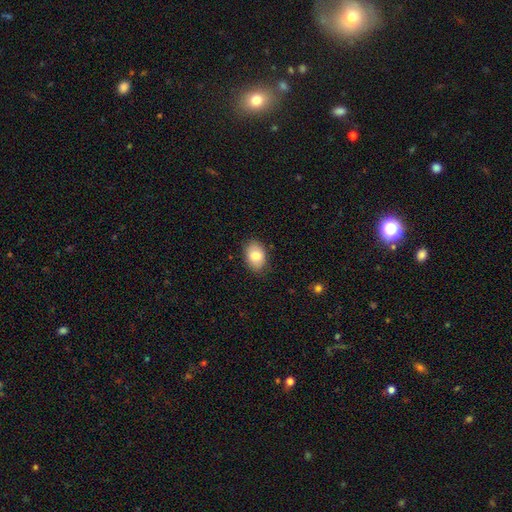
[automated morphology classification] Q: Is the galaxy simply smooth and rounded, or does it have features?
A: smooth — 80%.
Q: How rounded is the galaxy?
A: in between — 81%.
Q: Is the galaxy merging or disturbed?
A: none — 85%.